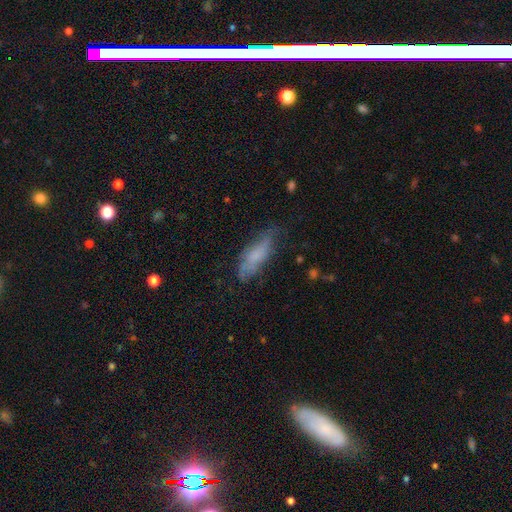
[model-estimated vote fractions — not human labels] This appears to be a smooth galaxy with no disk features (62%) that is in between round and cigar-shaped (55%). Merging: none (56%).